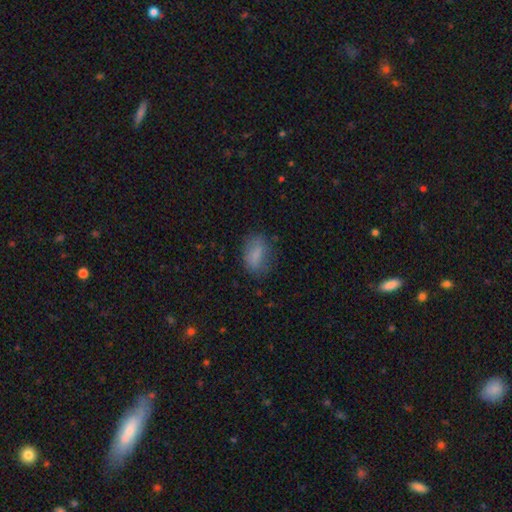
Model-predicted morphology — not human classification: Smooth or featured? smooth (76%)
How rounded? in between (83%)
Merging? none (67%)